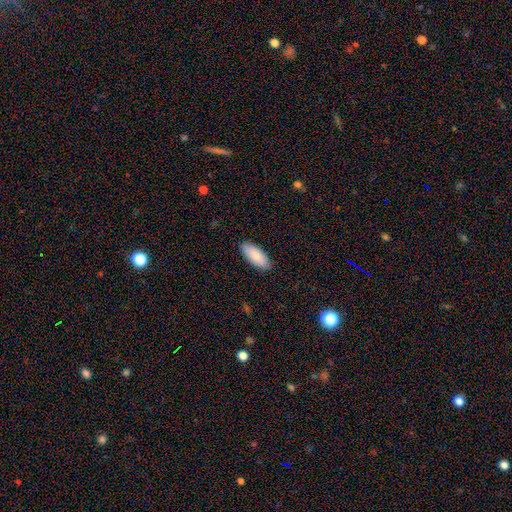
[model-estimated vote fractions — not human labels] Smooth or featured: smooth — 90% (star or artifact — 5%)
How rounded: in between — 85% (cigar-shaped — 13%)
Merging: none — 90% (minor disturbance — 8%)